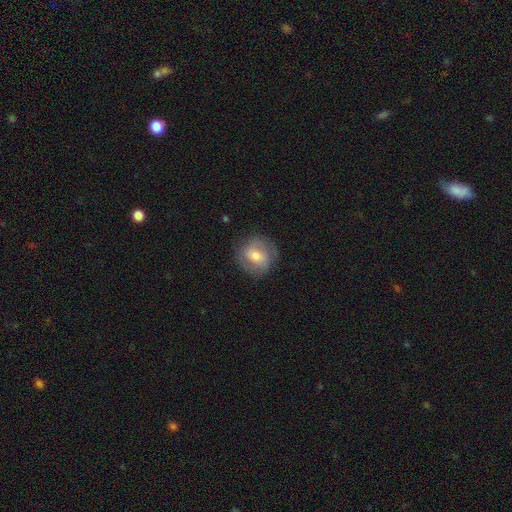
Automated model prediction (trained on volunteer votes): This appears to be a smooth galaxy with no disk features (51%) that is round (78%). Merging: none (80%).